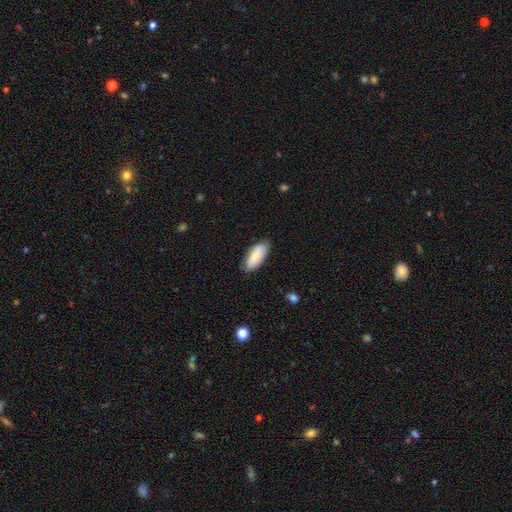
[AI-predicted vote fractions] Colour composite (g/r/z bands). It shows a smooth galaxy with no disk features (86%) that is in between round and cigar-shaped (79%). Merging: none (82%).